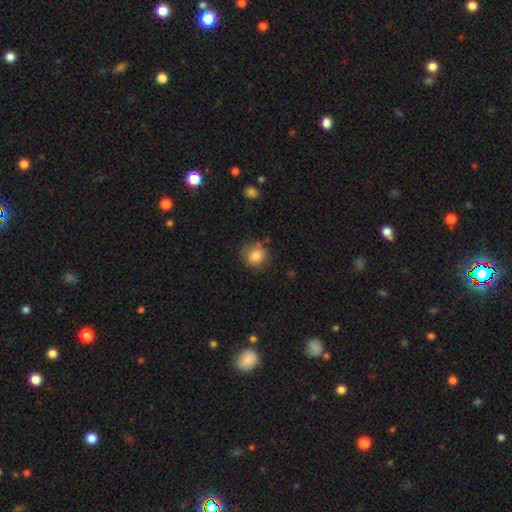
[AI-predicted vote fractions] Q: Smooth or featured?
A: smooth (81%); runner-up: star or artifact (10%)
Q: How rounded?
A: round (86%); runner-up: in between (13%)
Q: Merging?
A: none (77%); runner-up: minor disturbance (16%)